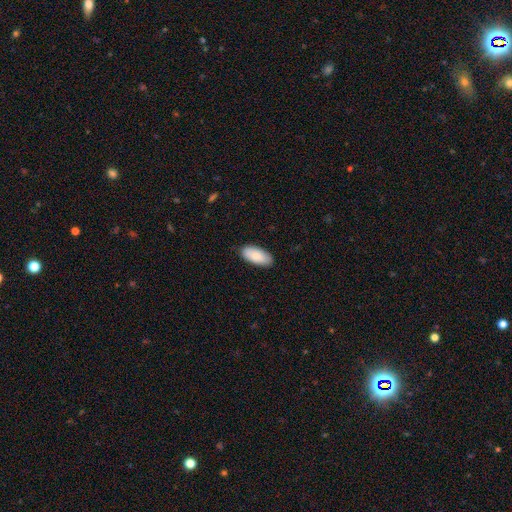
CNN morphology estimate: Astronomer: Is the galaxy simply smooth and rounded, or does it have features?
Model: smooth — 87%.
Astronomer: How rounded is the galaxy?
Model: in between — 91%.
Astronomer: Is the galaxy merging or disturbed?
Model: none — 88%.